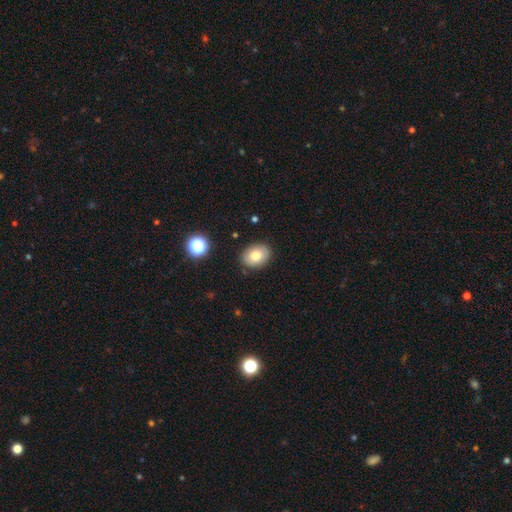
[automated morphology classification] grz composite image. It shows a smooth galaxy with no disk features (79%) that is in between round and cigar-shaped (69%). Merging: none (86%).